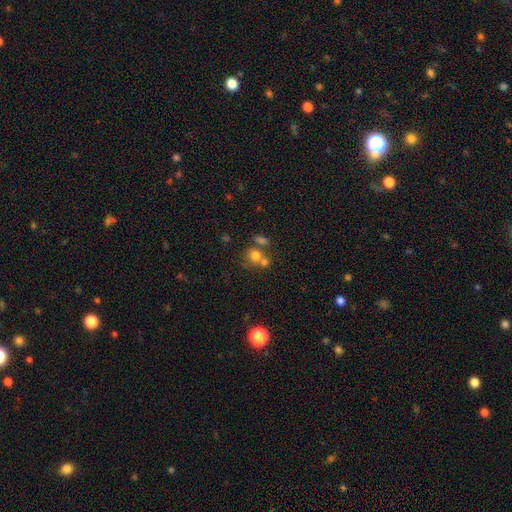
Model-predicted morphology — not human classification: Smooth or featured?
  - smooth: 70% *
  - star or artifact: 16%
  - featured or disk: 15%
How rounded?
  - round: 73% *
  - in between: 25%
  - cigar-shaped: 1%
Merging?
  - none: 43% * (tied)
  - merger: 43% * (tied)
  - minor disturbance: 9%
  - major disturbance: 5%